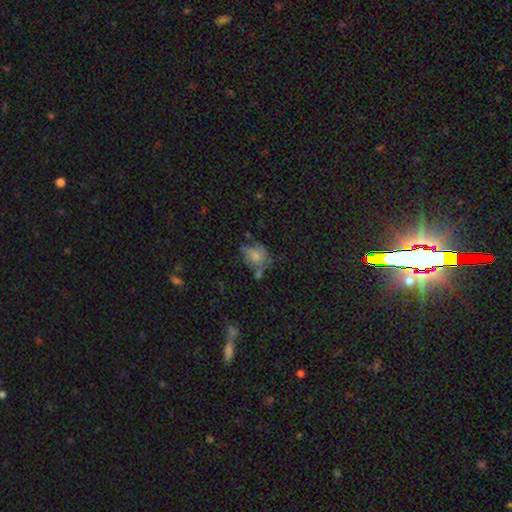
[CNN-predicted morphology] A smooth galaxy with no disk features (65%) that is round (55%).

Vote fractions:
- Smooth or featured? smooth: 65% / featured or disk: 24% / star or artifact: 12%
- How rounded? round: 55% / in between: 44% / cigar-shaped: 1%
- Merging? none: 41% / minor disturbance: 27% / major disturbance: 16% / merger: 16%